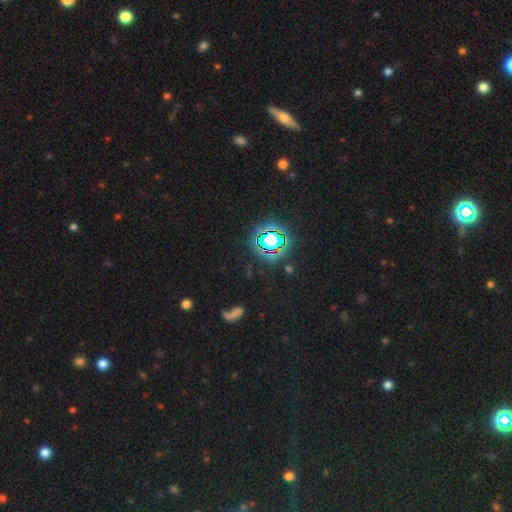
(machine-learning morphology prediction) Smooth or featured?
  - star or artifact: 78% *
  - smooth: 14%
  - featured or disk: 8%